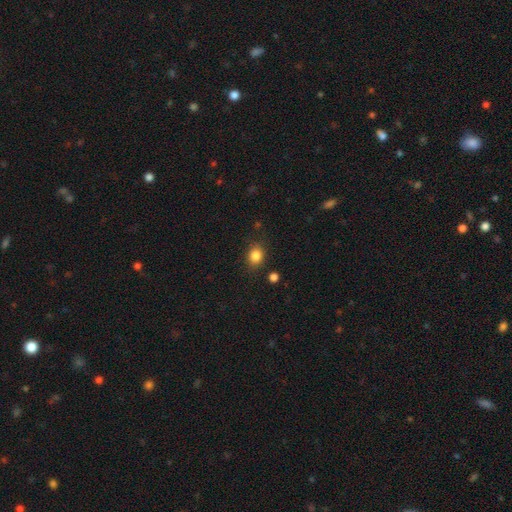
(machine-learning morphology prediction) Smooth or featured: smooth — 84% (star or artifact — 11%)
How rounded: round — 55% (in between — 44%)
Merging: none — 84% (minor disturbance — 11%)